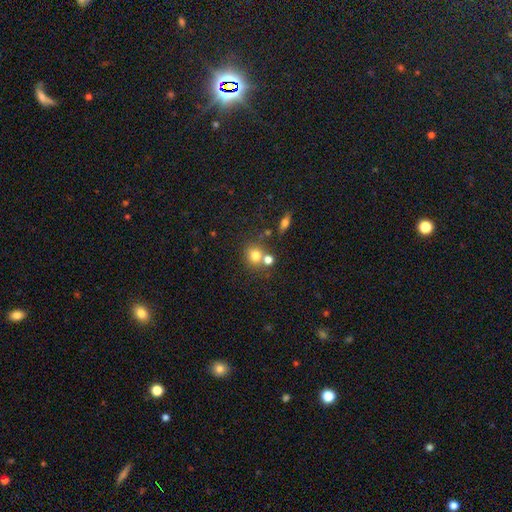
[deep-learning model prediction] smooth_or_featured: smooth (p=0.75) [alt: star or artifact p=0.14]
how_rounded: round (p=0.82) [alt: in between p=0.17]
merging: none (p=0.57) [alt: merger p=0.29]